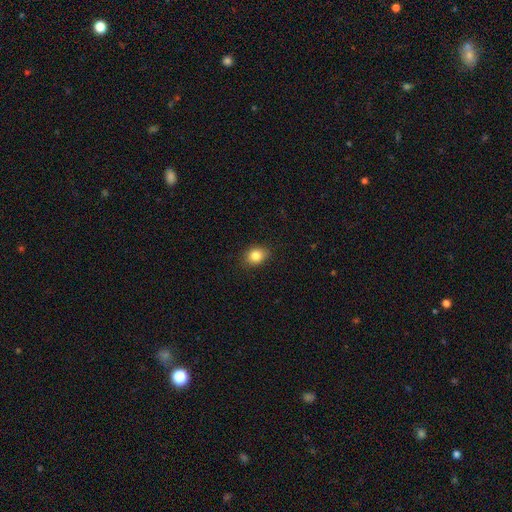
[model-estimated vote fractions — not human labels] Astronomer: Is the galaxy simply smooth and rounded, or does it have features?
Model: smooth — 84%.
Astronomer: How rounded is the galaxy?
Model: round — 52% (runner-up: in between, 47%).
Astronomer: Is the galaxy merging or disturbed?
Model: none — 87%.